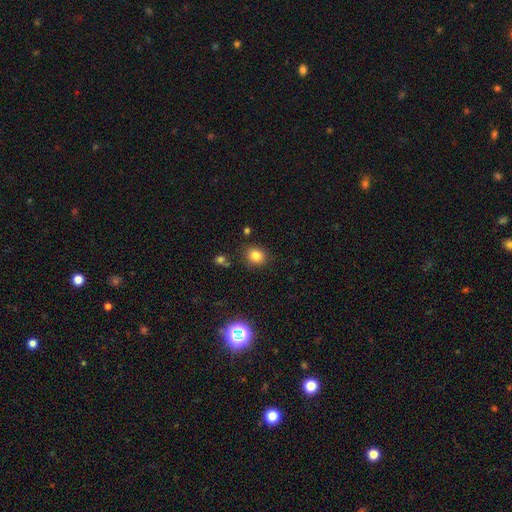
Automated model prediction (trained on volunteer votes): smooth 81%, star or artifact 13%, featured or disk 6%. Down the decision tree: how rounded — round (71%); merging — none (85%).